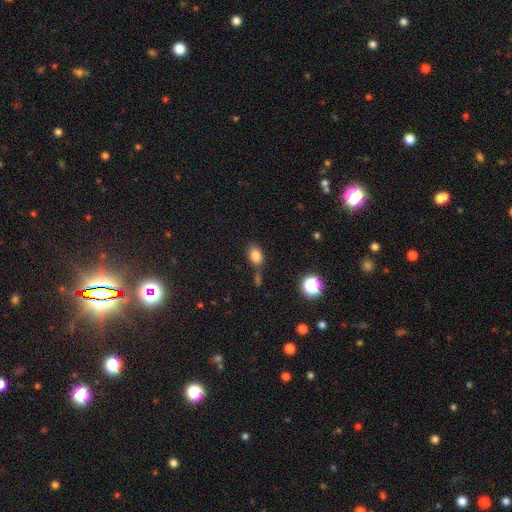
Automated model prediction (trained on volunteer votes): smooth_or_featured: smooth (p=0.82) [alt: star or artifact p=0.11]
how_rounded: in between (p=0.80) [alt: round p=0.19]
merging: none (p=0.65) [alt: minor disturbance p=0.17]